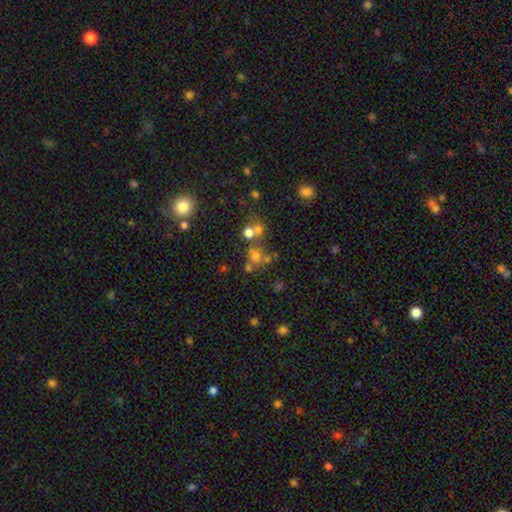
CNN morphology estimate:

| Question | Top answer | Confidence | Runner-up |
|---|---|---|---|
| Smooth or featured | smooth | 54% | star or artifact (31%) |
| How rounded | round | 84% | in between (15%) |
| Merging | none | 54% | merger (31%) |